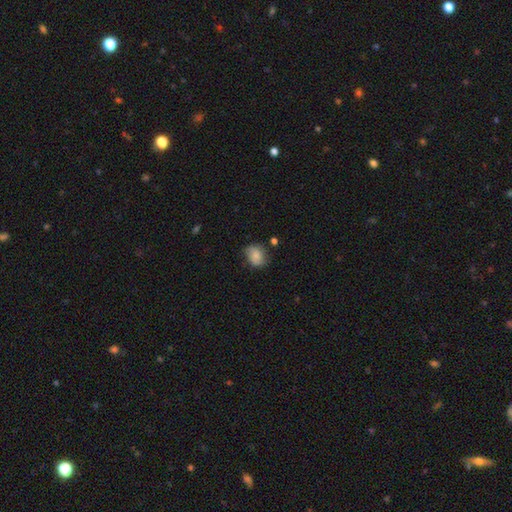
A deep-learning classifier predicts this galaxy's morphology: Smooth or featured? Predicted: smooth (p=0.67). How rounded? Predicted: in between (p=0.52). Merging? Predicted: none (p=0.63).